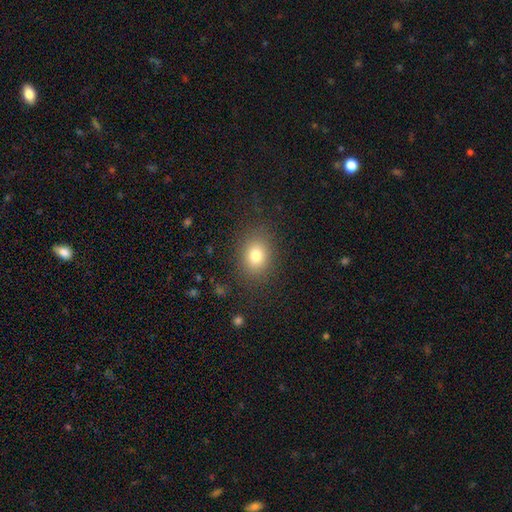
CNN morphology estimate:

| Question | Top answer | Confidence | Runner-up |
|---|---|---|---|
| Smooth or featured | smooth | 79% | star or artifact (12%) |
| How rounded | in between | 55% | round (43%) |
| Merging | none | 84% | minor disturbance (10%) |